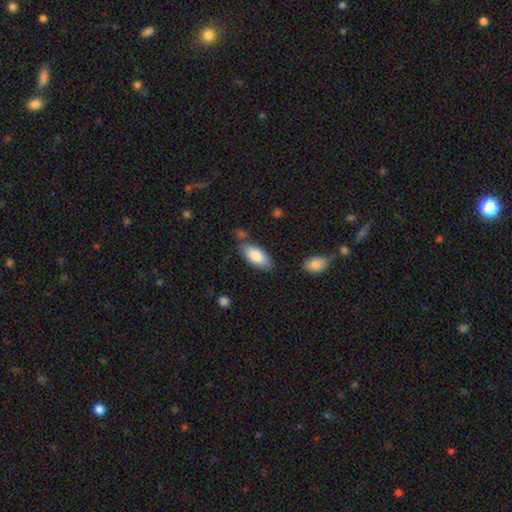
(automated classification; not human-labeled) Q: Smooth or featured?
A: smooth (86%); runner-up: featured or disk (8%)
Q: How rounded?
A: in between (86%); runner-up: cigar-shaped (12%)
Q: Merging?
A: none (74%); runner-up: minor disturbance (16%)